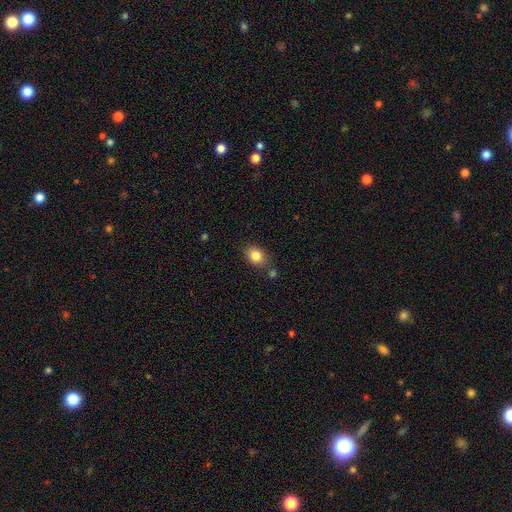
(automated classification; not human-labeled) smooth-or-featured: smooth: 84% | star or artifact: 9% | featured or disk: 7%
  how-rounded: in between: 60% | round: 38% | cigar-shaped: 1%
  merging: none: 72% | minor disturbance: 14% | merger: 10% | major disturbance: 4%